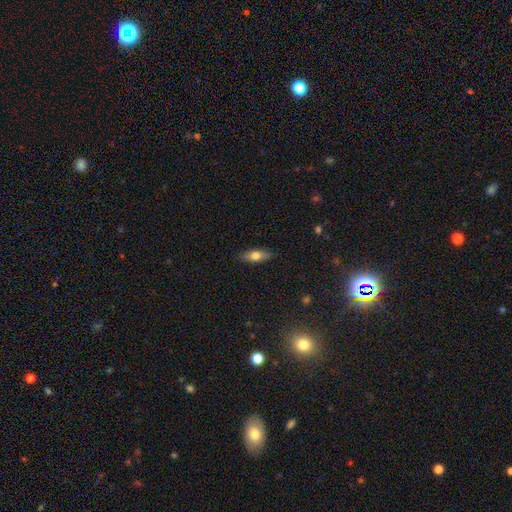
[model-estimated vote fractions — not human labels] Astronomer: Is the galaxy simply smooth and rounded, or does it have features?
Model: smooth — 64%.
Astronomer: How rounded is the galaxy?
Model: in between — 66%.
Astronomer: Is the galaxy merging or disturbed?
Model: none — 86%.